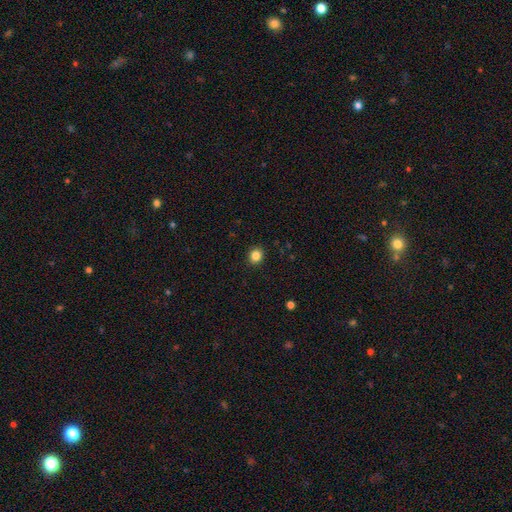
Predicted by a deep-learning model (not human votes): The model was most divided on "how rounded": round: 80%, in between: 19%, cigar-shaped: 1%. More confident: merging — none (91%); smooth or featured — smooth (85%).